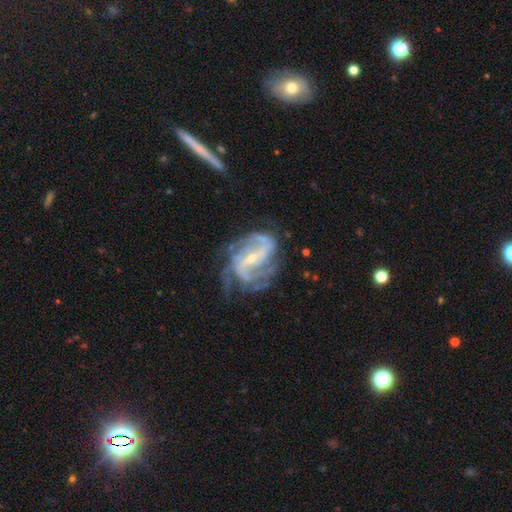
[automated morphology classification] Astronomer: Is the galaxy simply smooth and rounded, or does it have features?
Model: featured or disk — 89%.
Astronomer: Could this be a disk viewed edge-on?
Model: no — 96%.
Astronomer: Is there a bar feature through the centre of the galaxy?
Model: strong — 44% (runner-up: weak, 37%).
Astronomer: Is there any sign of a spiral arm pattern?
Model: yes — 97%.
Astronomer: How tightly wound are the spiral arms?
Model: medium — 47% (runner-up: tight, 31%).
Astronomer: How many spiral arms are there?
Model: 2 — 40% (runner-up: 3, 24%).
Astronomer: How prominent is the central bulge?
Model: small — 70%.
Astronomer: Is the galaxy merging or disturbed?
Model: none — 62%.